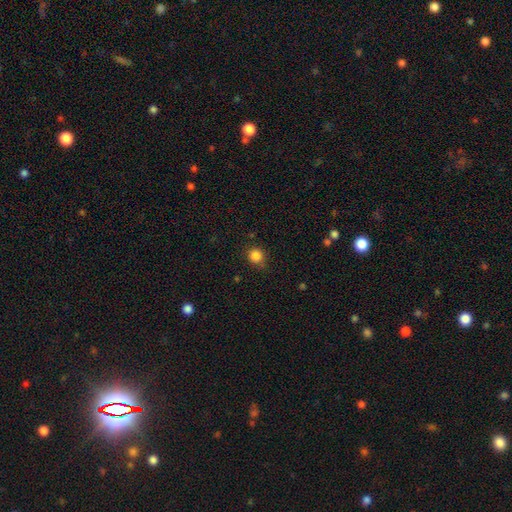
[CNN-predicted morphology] A smooth galaxy with no disk features (85%) that is round (89%).

Vote fractions:
- Smooth or featured? smooth: 85% / star or artifact: 11% / featured or disk: 3%
- How rounded? round: 89% / in between: 10% / cigar-shaped: 1%
- Merging? none: 82% / minor disturbance: 13% / major disturbance: 3% / merger: 2%